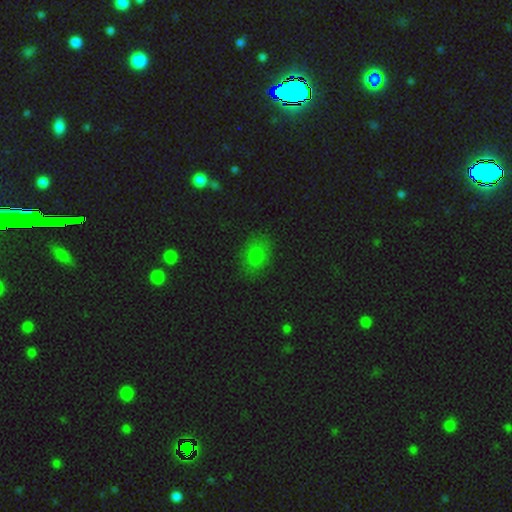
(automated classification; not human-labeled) smooth 76%, star or artifact 15%, featured or disk 9%. Down the decision tree: how rounded — in between (67%); merging — none (80%).